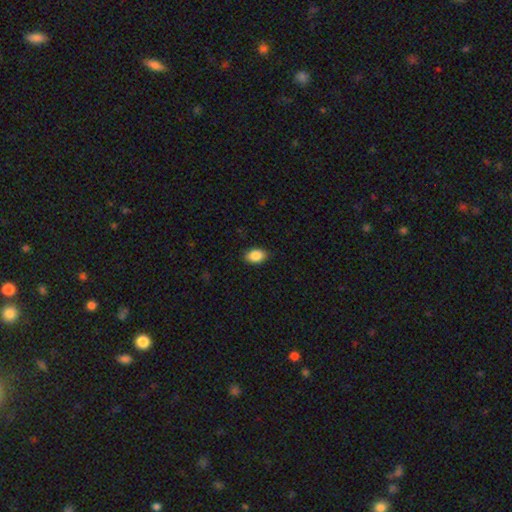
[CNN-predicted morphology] A smooth galaxy with no disk features (88%) that is in between round and cigar-shaped (89%). Merging: none (88%).